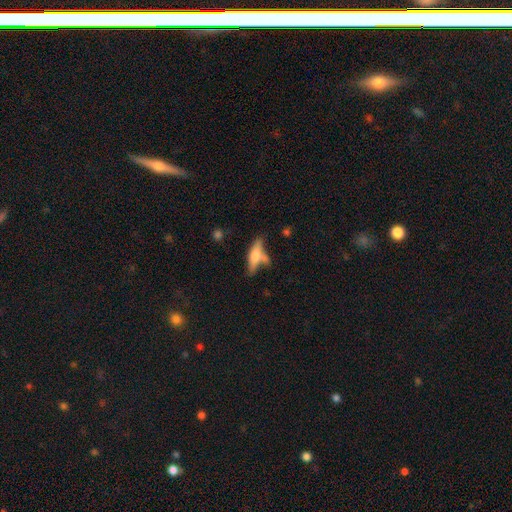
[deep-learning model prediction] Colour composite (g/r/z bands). It shows a smooth galaxy with no disk features (56%) that is cigar-shaped (56%). Merging: none (50%).